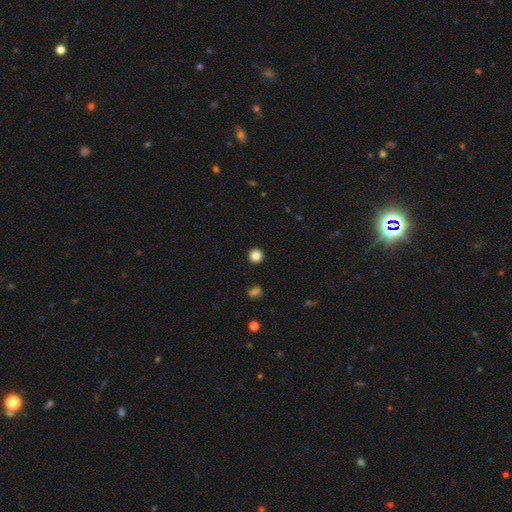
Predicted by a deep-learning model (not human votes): Smooth or featured? Predicted: smooth (p=0.86). How rounded? Predicted: round (p=0.95). Merging? Predicted: none (p=0.93).